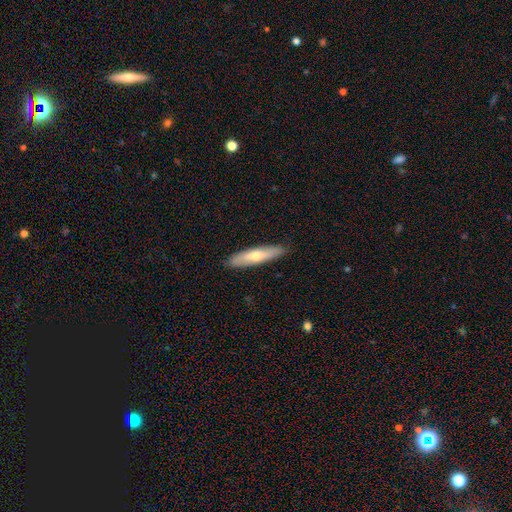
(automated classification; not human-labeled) Smooth or featured?
  - smooth: 56% *
  - featured or disk: 39%
  - star or artifact: 5%
How rounded?
  - cigar-shaped: 78% *
  - in between: 20%
  - round: 2%
Merging?
  - none: 88% *
  - minor disturbance: 9%
  - major disturbance: 2%
  - merger: 1%